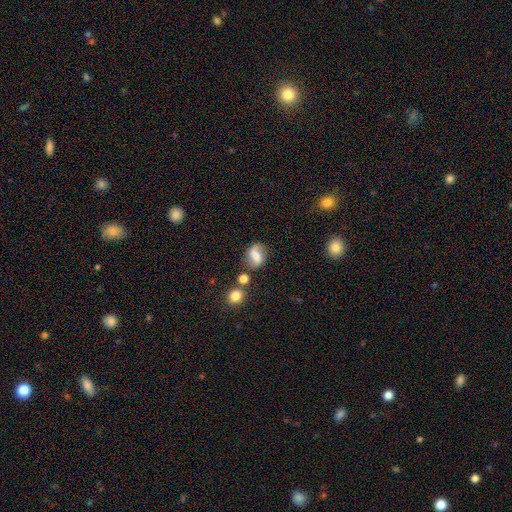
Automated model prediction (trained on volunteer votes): The model was most divided on "how rounded": in between: 55%, round: 43%, cigar-shaped: 2%. More confident: merging — none (62%); smooth or featured — smooth (55%).